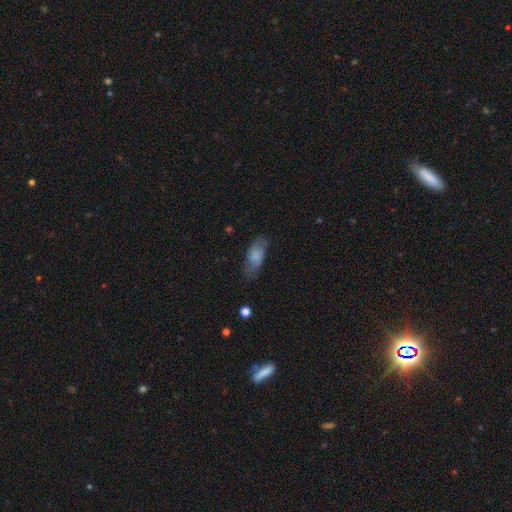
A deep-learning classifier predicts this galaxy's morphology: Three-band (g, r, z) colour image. It shows a smooth galaxy with no disk features (69%) that is in between round and cigar-shaped (87%). Merging: none (65%).